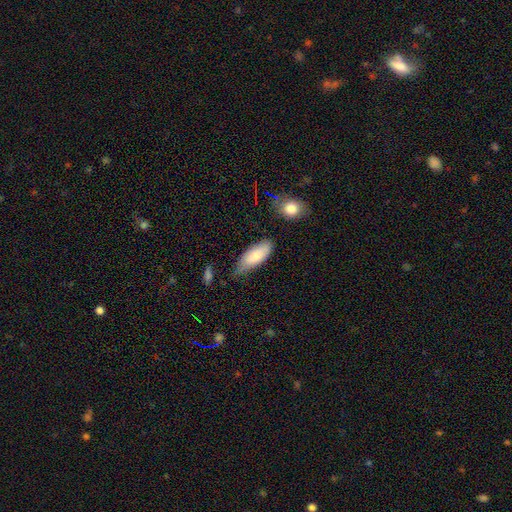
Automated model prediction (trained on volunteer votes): A smooth galaxy with no disk features (83%) that is in between round and cigar-shaped (80%).

Vote fractions:
- Smooth or featured? smooth: 83% / featured or disk: 11% / star or artifact: 6%
- How rounded? in between: 80% / cigar-shaped: 18% / round: 2%
- Merging? none: 57% / minor disturbance: 33% / major disturbance: 6% / merger: 4%